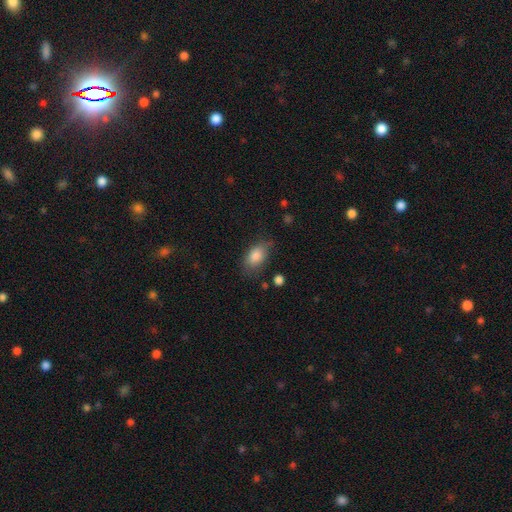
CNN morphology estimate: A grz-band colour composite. It shows a smooth galaxy with no disk features (83%) that is in between round and cigar-shaped (88%). Merging: none (65%).